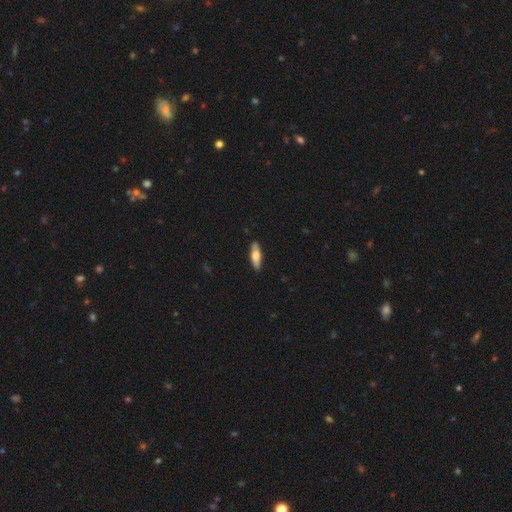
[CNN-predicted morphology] The model was most divided on "how rounded": cigar-shaped: 50%, in between: 48%, round: 2%. More confident: merging — none (88%); smooth or featured — smooth (70%).